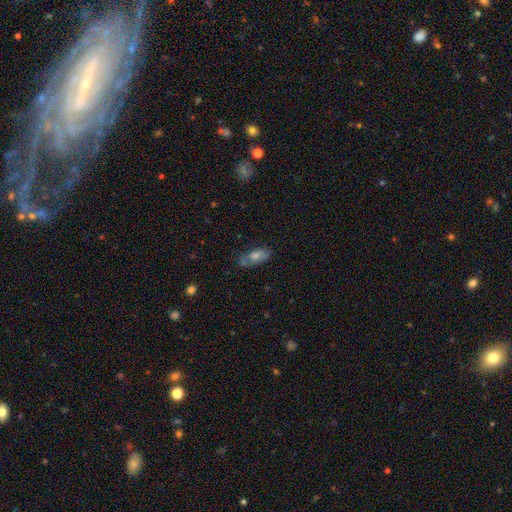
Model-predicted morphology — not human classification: Smooth or featured? Predicted: smooth (p=0.59). How rounded? Predicted: in between (p=0.81). Merging? Predicted: none (p=0.60).